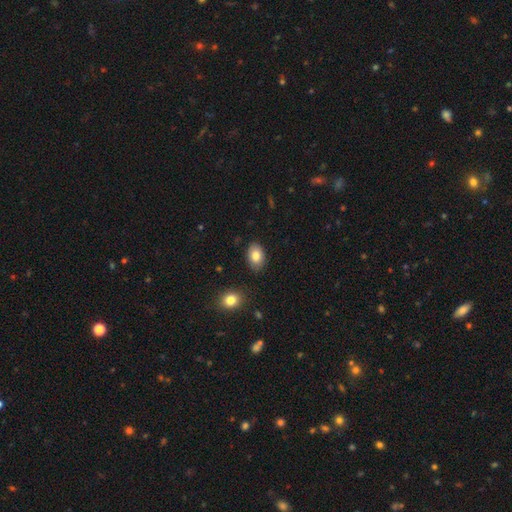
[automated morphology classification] A smooth galaxy with no disk features (81%) that is in between round and cigar-shaped (86%).

Vote fractions:
- Smooth or featured? smooth: 81% / featured or disk: 12% / star or artifact: 8%
- How rounded? in between: 86% / round: 13% / cigar-shaped: 1%
- Merging? none: 85% / minor disturbance: 11% / major disturbance: 2% / merger: 2%